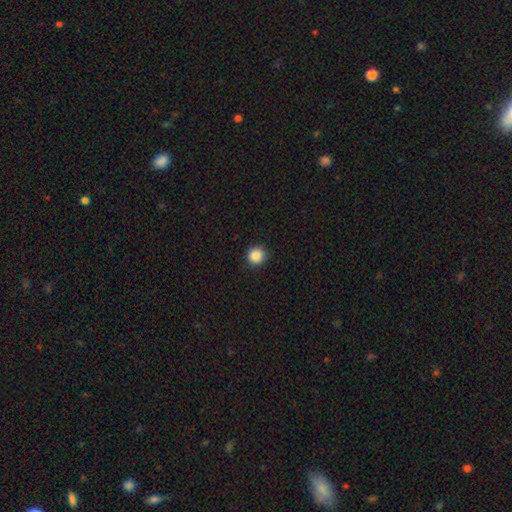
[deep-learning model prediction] smooth_or_featured: smooth (p=0.88) [alt: star or artifact p=0.10]
how_rounded: round (p=0.95) [alt: in between p=0.04]
merging: none (p=0.91) [alt: minor disturbance p=0.06]